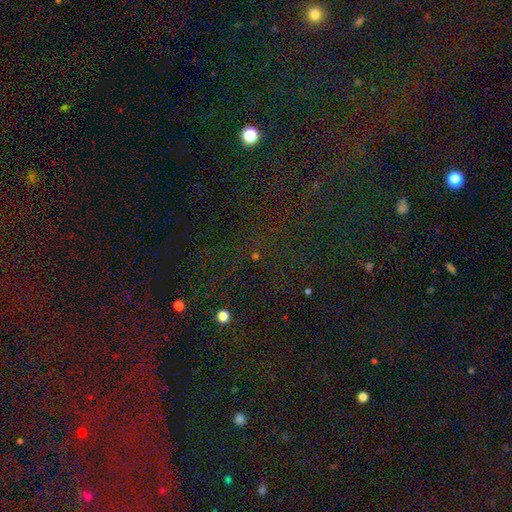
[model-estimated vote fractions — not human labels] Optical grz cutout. It shows a star or artifact, not a galaxy (74%).